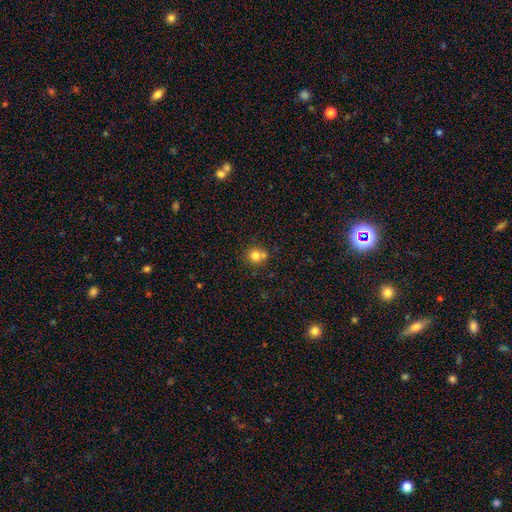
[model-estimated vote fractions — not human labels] The model was most divided on "merging": none: 59%, merger: 27%, minor disturbance: 10%, major disturbance: 3%. More confident: how rounded — round (89%); smooth or featured — smooth (78%).